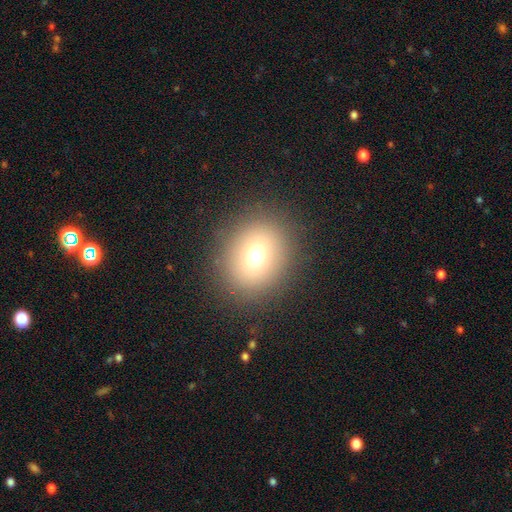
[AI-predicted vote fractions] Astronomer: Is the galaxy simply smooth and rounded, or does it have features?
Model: smooth — 70%.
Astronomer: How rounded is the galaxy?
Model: round — 72%.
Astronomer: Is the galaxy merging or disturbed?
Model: none — 87%.